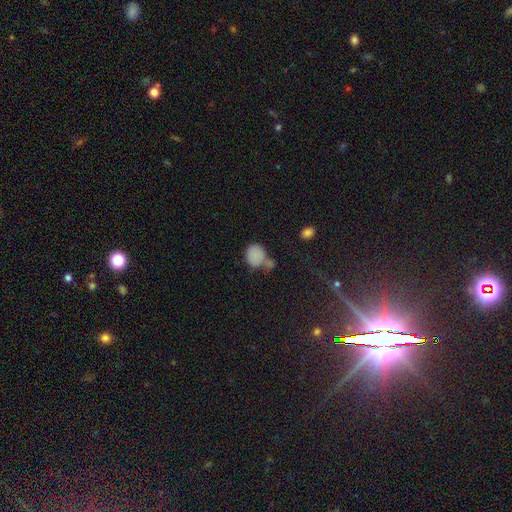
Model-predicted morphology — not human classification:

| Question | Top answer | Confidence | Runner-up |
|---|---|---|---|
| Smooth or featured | smooth | 83% | star or artifact (10%) |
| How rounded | round | 57% | in between (42%) |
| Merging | none | 42% | merger (32%) |